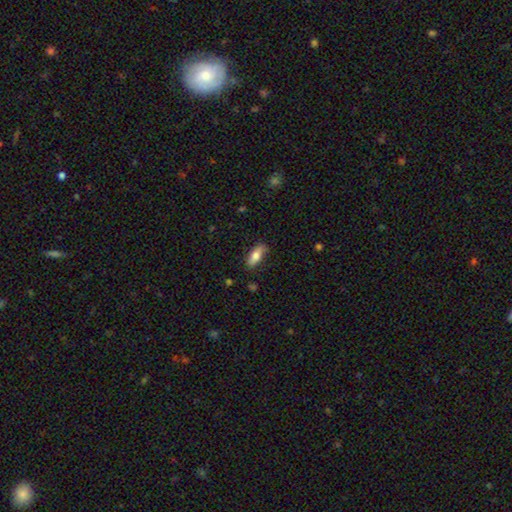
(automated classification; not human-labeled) This appears to be a smooth galaxy with no disk features (74%) that is in between round and cigar-shaped (75%). Merging: none (78%).